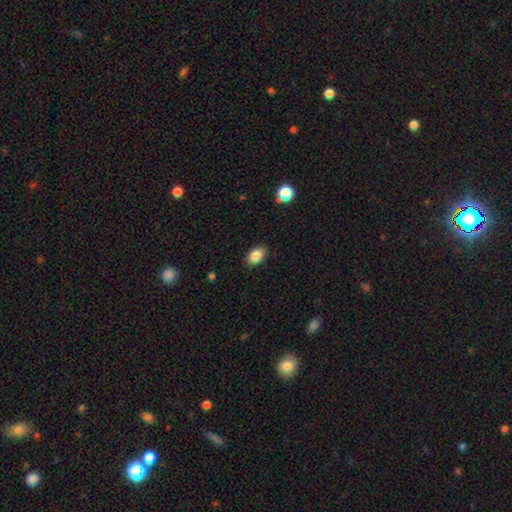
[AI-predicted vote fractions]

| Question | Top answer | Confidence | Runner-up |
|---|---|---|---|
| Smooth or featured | smooth | 84% | star or artifact (9%) |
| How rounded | in between | 87% | round (12%) |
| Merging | none | 87% | minor disturbance (10%) |